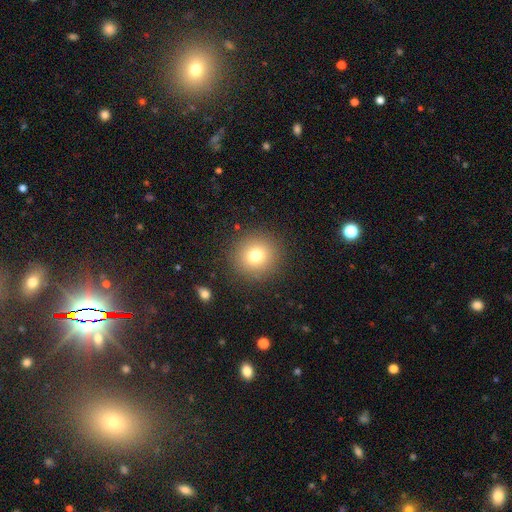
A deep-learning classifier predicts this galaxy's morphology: Smooth or featured?
  - smooth: 76% *
  - star or artifact: 14%
  - featured or disk: 11%
How rounded?
  - round: 93% *
  - in between: 6%
  - cigar-shaped: 1%
Merging?
  - none: 89% *
  - minor disturbance: 6%
  - major disturbance: 3%
  - merger: 1%